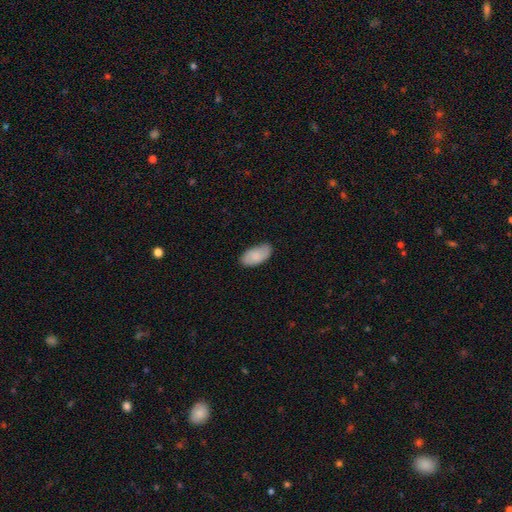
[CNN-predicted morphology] type=smooth (82%); roundness=in between (95%); merging=none (77%).